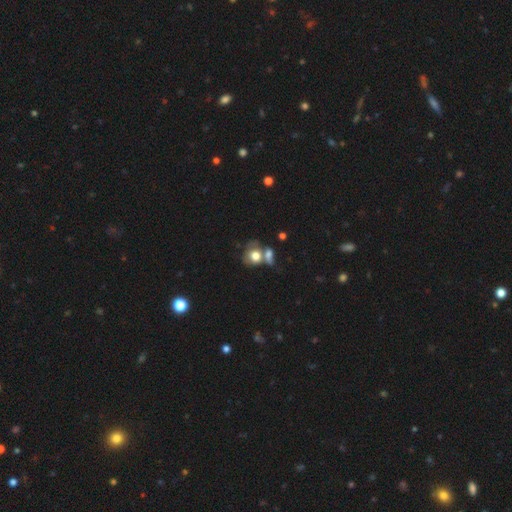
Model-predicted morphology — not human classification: Q: Smooth or featured?
A: smooth (68%); runner-up: featured or disk (23%)
Q: How rounded?
A: round (60%); runner-up: in between (38%)
Q: Merging?
A: merger (49%); runner-up: none (29%)